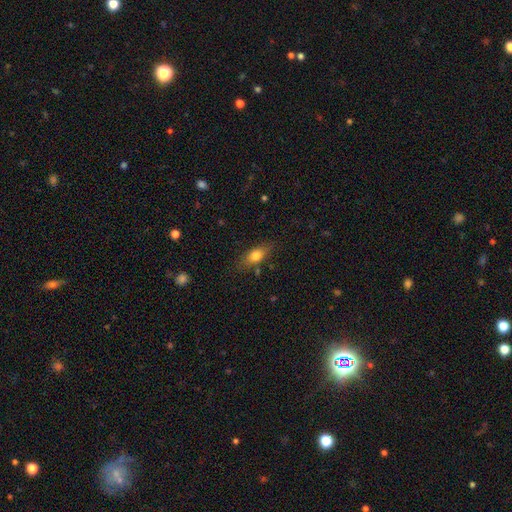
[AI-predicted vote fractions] smooth-or-featured: smooth: 74% | featured or disk: 17% | star or artifact: 8%
  how-rounded: in between: 75% | cigar-shaped: 17% | round: 8%
  merging: none: 76% | minor disturbance: 17% | major disturbance: 4% | merger: 3%